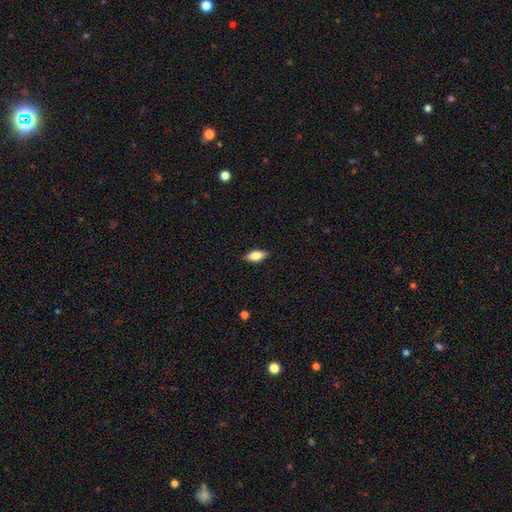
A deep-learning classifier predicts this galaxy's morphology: A smooth galaxy with no disk features (75%) that is in between round and cigar-shaped (83%). Merging: none (86%).